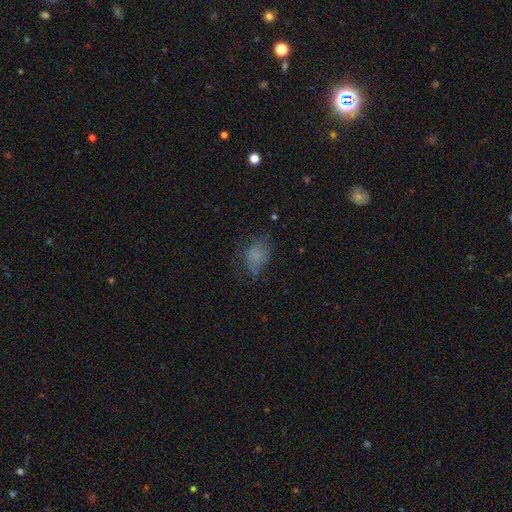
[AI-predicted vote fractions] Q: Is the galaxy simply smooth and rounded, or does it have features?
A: smooth — 69%.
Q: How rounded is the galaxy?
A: in between — 66%.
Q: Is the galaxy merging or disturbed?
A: none — 50%.